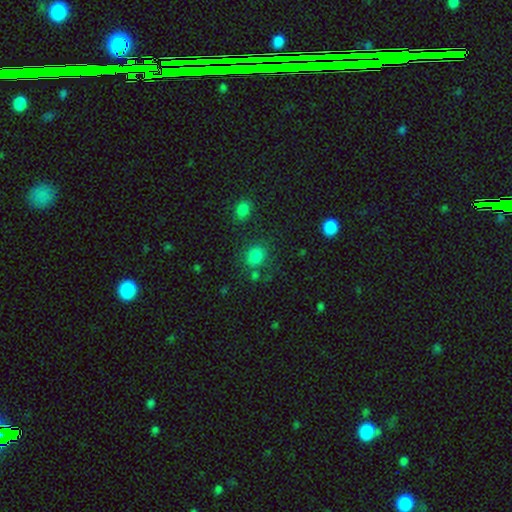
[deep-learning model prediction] smooth-or-featured: smooth: 81% | star or artifact: 13% | featured or disk: 6%
  how-rounded: round: 72% | in between: 27% | cigar-shaped: 1%
  merging: none: 71% | minor disturbance: 13% | merger: 9% | major disturbance: 6%